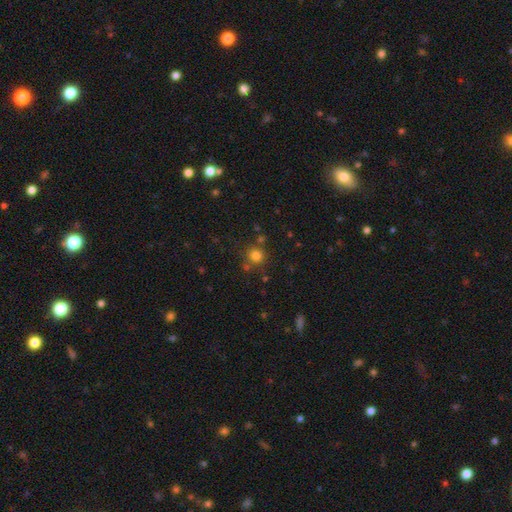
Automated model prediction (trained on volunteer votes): smooth-or-featured: smooth: 78% | star or artifact: 16% | featured or disk: 6%
  how-rounded: round: 91% | in between: 8% | cigar-shaped: 1%
  merging: none: 77% | minor disturbance: 10% | merger: 9% | major disturbance: 4%